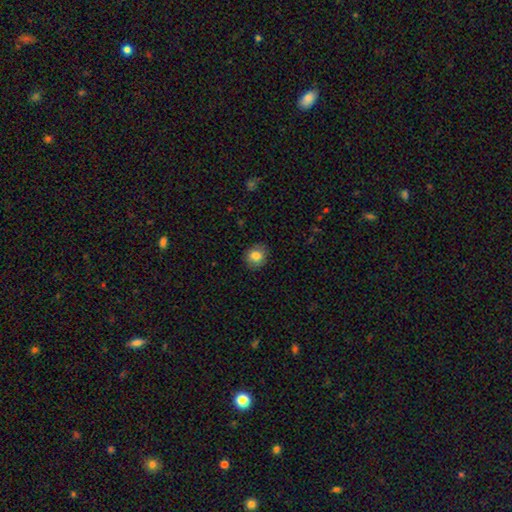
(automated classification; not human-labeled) Smooth or featured?
  - smooth: 83% *
  - star or artifact: 9%
  - featured or disk: 8%
How rounded?
  - round: 77% *
  - in between: 22%
  - cigar-shaped: 1%
Merging?
  - none: 87% *
  - minor disturbance: 9%
  - major disturbance: 2%
  - merger: 1%